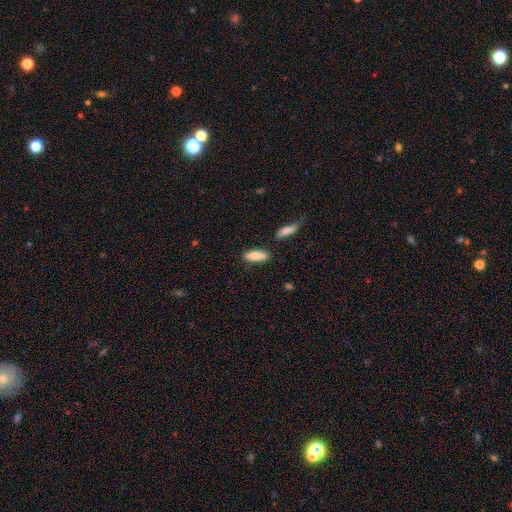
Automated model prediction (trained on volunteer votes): Overall: smooth (82%). How rounded: in between (65%; cigar-shaped 33%). Merging: none (82%).